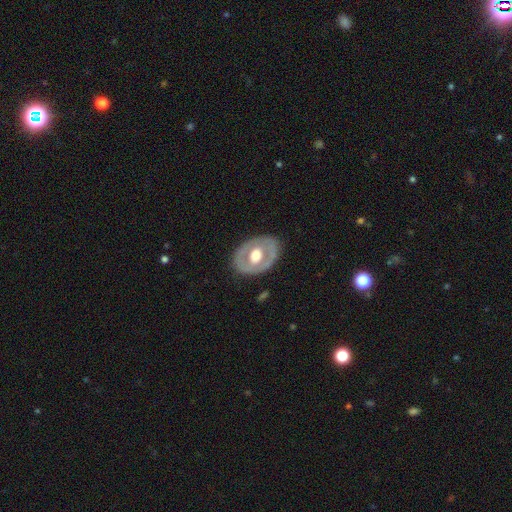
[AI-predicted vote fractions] smooth_or_featured: featured or disk (p=0.59) [alt: smooth p=0.37]
disk_edge_on: no (p=0.92) [alt: yes p=0.08]
bar: no (p=0.81) [alt: weak p=0.14]
has_spiral_arms: no (p=0.87) [alt: yes p=0.13]
bulge_size: moderate (p=0.50) [alt: large p=0.43]
merging: none (p=0.79) [alt: minor disturbance p=0.14]